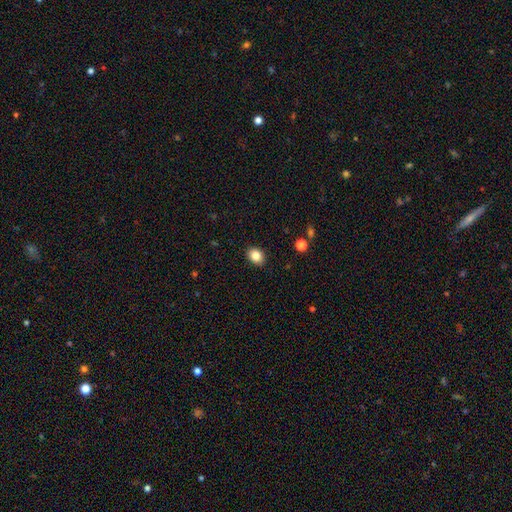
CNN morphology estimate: This is clearly a smooth galaxy (84%). How rounded: likely in between (60%). Merging: clearly none (90%).